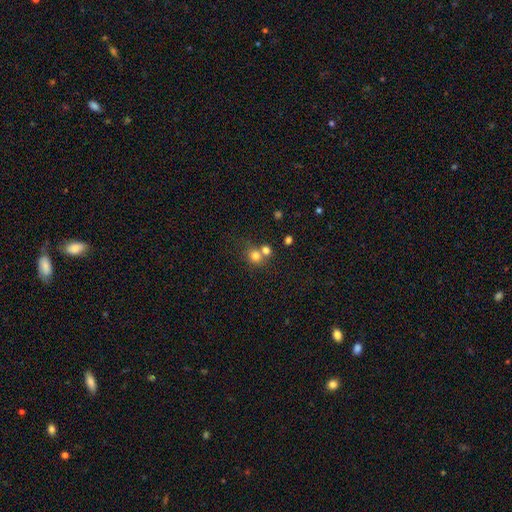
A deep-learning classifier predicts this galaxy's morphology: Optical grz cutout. It shows a smooth galaxy with no disk features (77%) that is round (82%). Merging: none (48%).